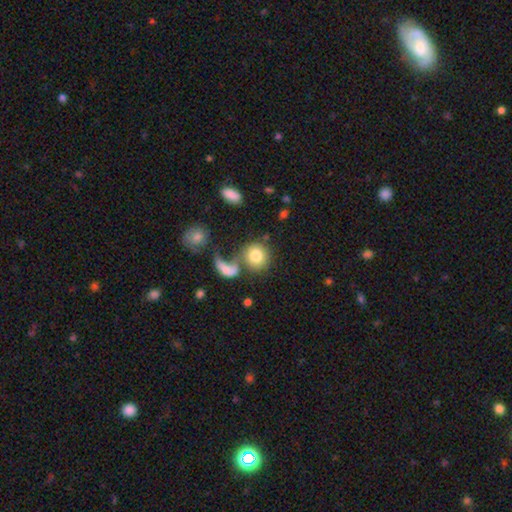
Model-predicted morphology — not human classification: Smooth or featured? smooth (78%)
How rounded? round (84%)
Merging? none (43%)